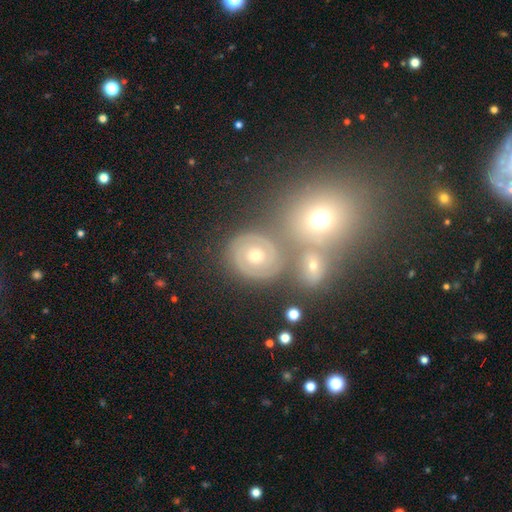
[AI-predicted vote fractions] This is likely a featured or disk galaxy (76%). It is clearly not viewed edge-on (98%). Bar: likely no (78%). Spiral arm pattern: clearly yes (88%). Spiral arm count: likely 2 (70%). Spiral winding: likely tight (78%). Central bulge: possibly moderate (49%). Merging: likely none (71%).